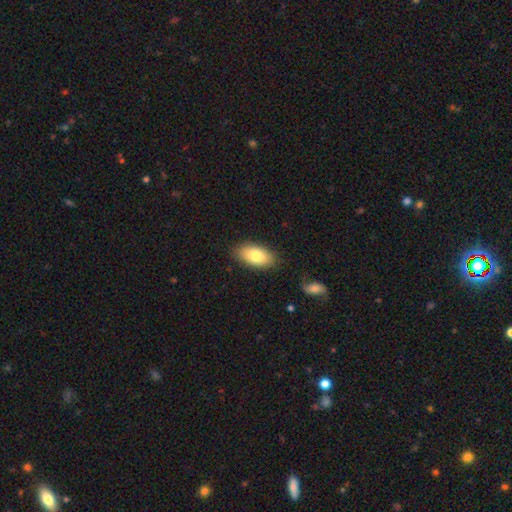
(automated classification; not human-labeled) This appears to be a smooth galaxy with no disk features (80%) that is in between round and cigar-shaped (92%). Merging: none (85%).